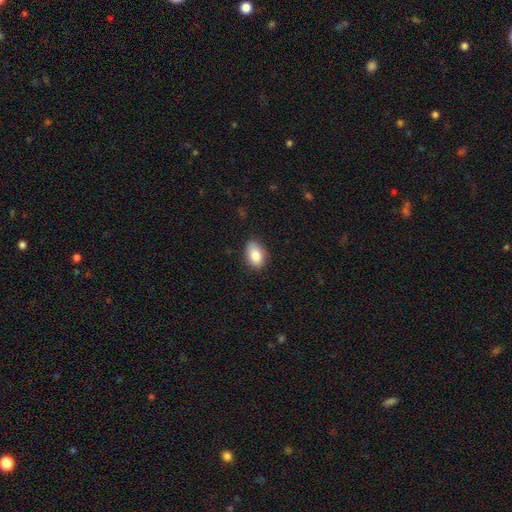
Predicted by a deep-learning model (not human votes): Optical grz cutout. It shows a smooth galaxy with no disk features (84%) that is in between round and cigar-shaped (87%). Merging: none (80%).